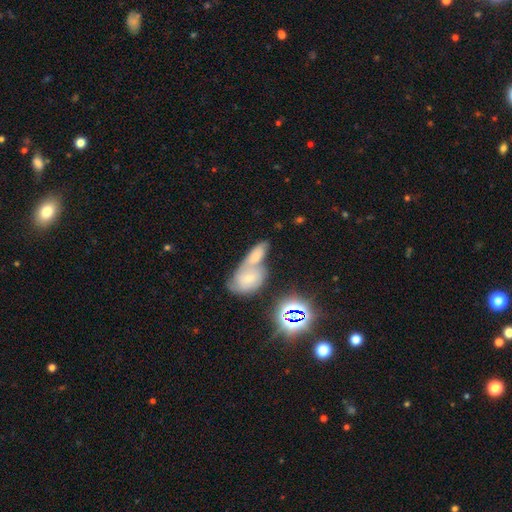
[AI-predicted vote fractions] Overall: smooth (53%; featured or disk 31%). How rounded: in between (78%). Merging: merger (65%).